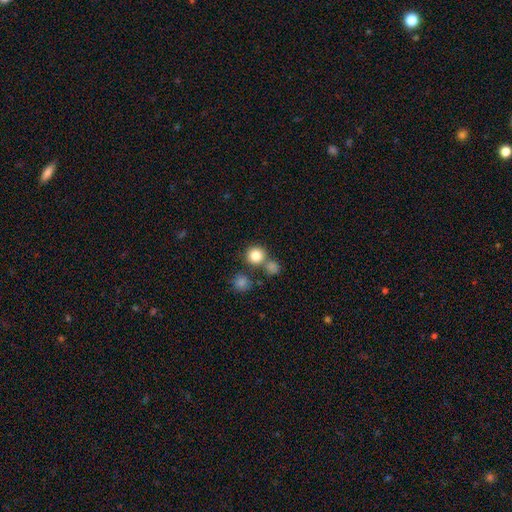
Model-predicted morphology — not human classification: smooth-or-featured: smooth: 82% | star or artifact: 11% | featured or disk: 7%
  how-rounded: round: 91% | in between: 8% | cigar-shaped: 1%
  merging: none: 68% | merger: 20% | minor disturbance: 9% | major disturbance: 4%